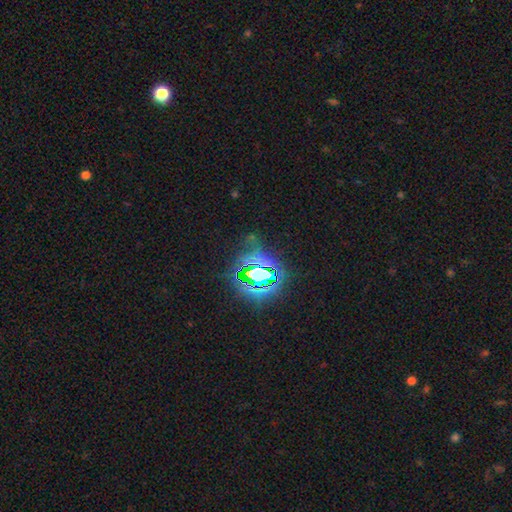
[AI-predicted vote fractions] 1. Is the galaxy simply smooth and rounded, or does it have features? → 80% star or artifact, 11% smooth, 9% featured or disk.